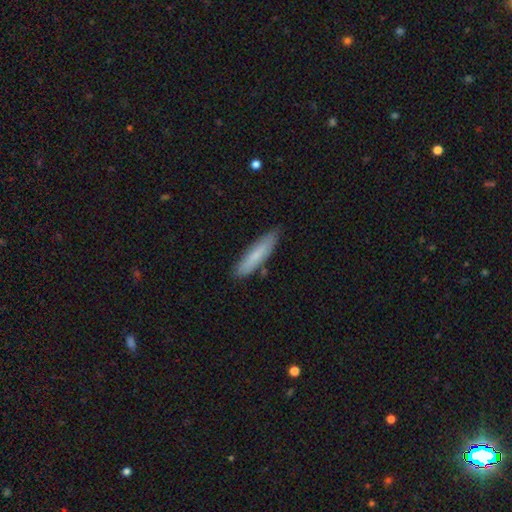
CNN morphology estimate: A smooth galaxy with no disk features (76%) that is cigar-shaped (82%). Merging: none (83%).